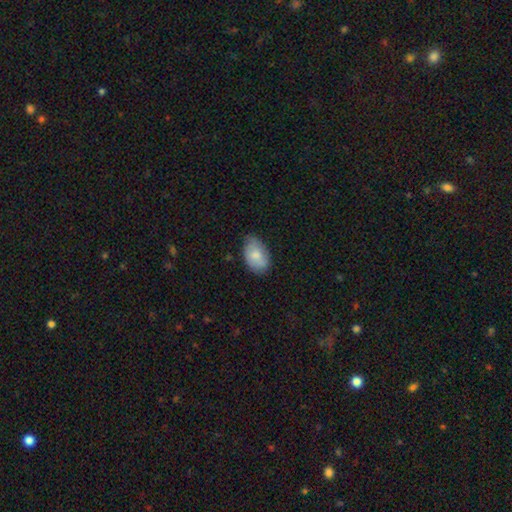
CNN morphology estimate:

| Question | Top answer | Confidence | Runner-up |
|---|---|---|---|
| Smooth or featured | smooth | 79% | featured or disk (15%) |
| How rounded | in between | 92% | round (7%) |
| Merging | none | 68% | minor disturbance (26%) |